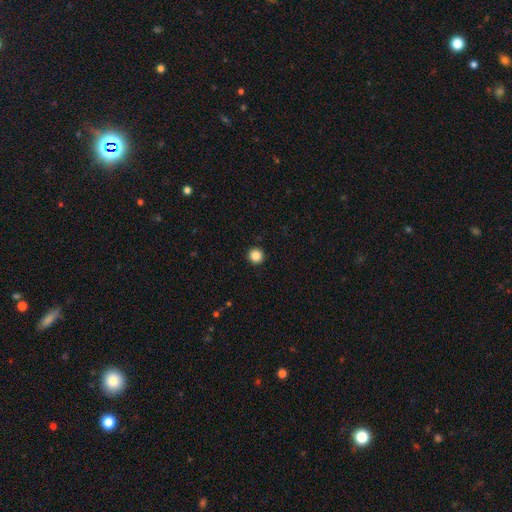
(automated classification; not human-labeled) This is clearly a smooth galaxy (86%). How rounded: clearly round (96%). Merging: clearly none (94%).